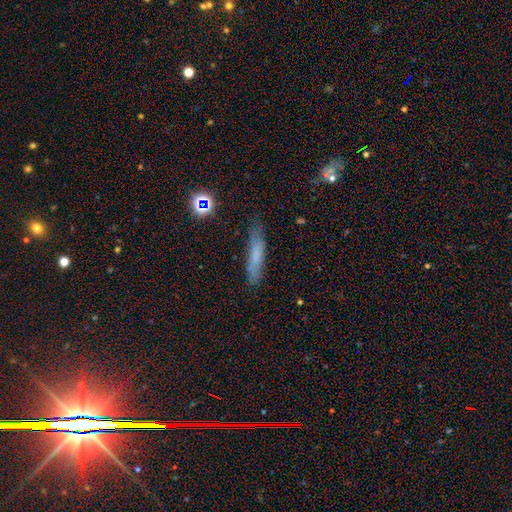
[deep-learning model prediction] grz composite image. It shows a smooth galaxy with no disk features (63%) that is cigar-shaped (86%). Merging: none (74%).